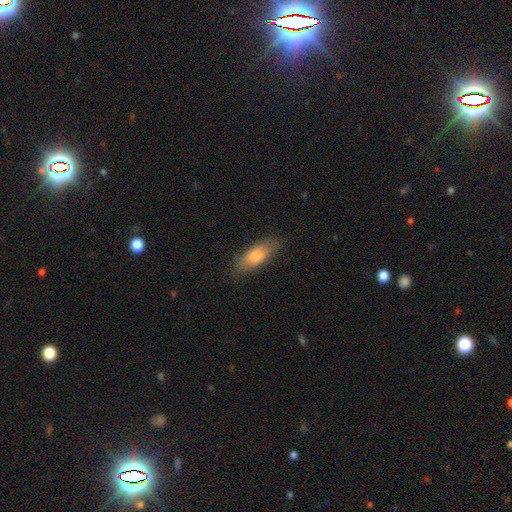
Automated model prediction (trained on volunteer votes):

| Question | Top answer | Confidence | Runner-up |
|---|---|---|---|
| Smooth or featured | smooth | 77% | featured or disk (17%) |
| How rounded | in between | 65% | cigar-shaped (33%) |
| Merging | none | 81% | minor disturbance (15%) |